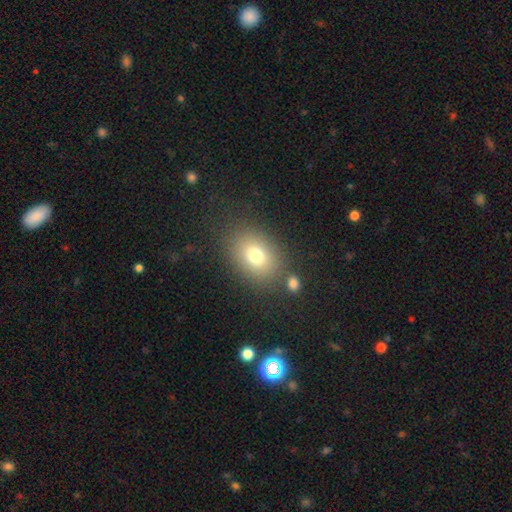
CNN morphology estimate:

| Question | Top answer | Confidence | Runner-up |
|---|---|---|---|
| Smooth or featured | smooth | 76% | star or artifact (13%) |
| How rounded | in between | 62% | round (37%) |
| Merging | none | 79% | minor disturbance (10%) |